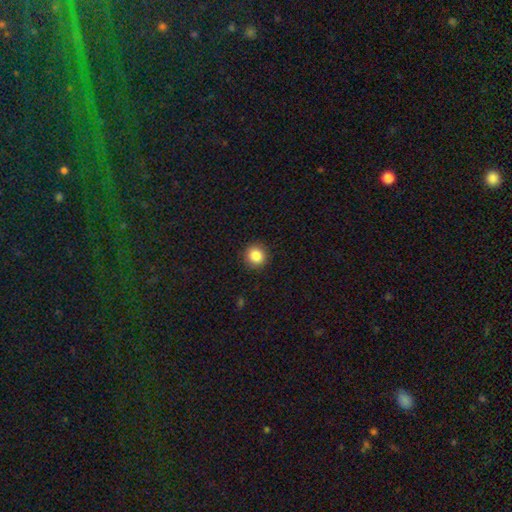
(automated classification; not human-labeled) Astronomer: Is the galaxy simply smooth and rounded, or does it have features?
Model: smooth — 86%.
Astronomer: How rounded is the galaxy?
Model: round — 90%.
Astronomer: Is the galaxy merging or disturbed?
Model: none — 91%.